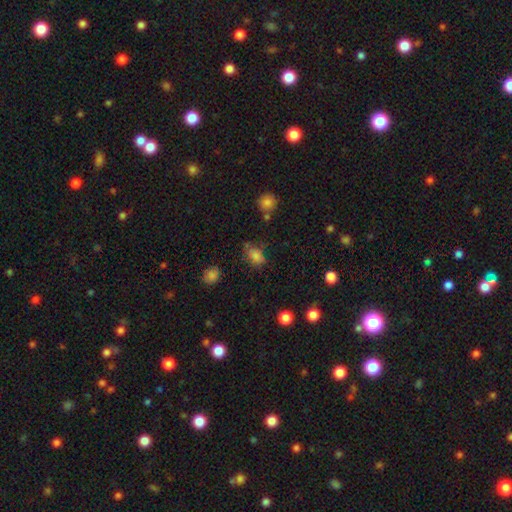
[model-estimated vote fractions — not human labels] smooth-or-featured: smooth: 79% | star or artifact: 13% | featured or disk: 8%
  how-rounded: in between: 82% | round: 16% | cigar-shaped: 2%
  merging: none: 61% | minor disturbance: 25% | major disturbance: 8% | merger: 6%